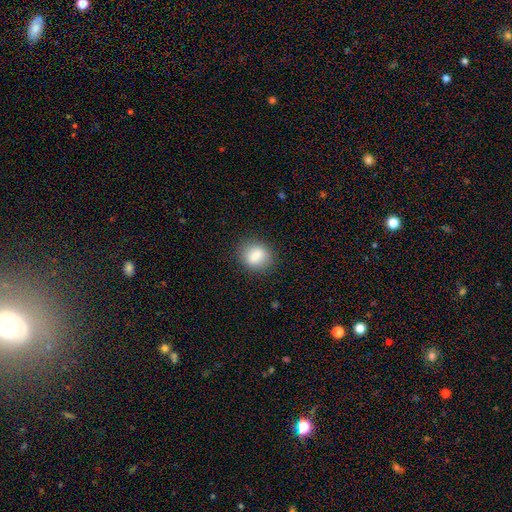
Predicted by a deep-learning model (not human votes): Q: Smooth or featured?
A: smooth (84%); runner-up: star or artifact (8%)
Q: How rounded?
A: round (56%); runner-up: in between (43%)
Q: Merging?
A: none (83%); runner-up: minor disturbance (12%)